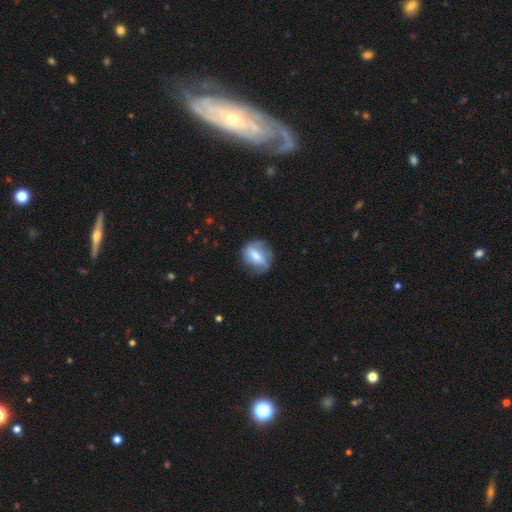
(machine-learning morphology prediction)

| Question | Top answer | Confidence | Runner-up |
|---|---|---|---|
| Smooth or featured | smooth | 47% | featured or disk (45%) |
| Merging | none | 66% | minor disturbance (24%) |